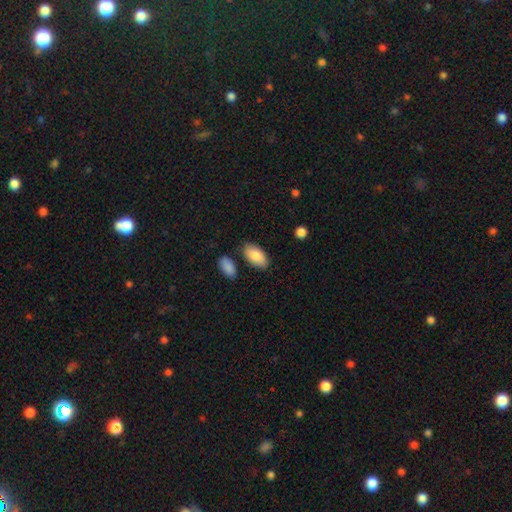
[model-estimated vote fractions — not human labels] Smooth or featured?
  - smooth: 87% *
  - featured or disk: 7%
  - star or artifact: 6%
How rounded?
  - in between: 95% *
  - cigar-shaped: 3%
  - round: 2%
Merging?
  - none: 81% *
  - minor disturbance: 11%
  - merger: 5%
  - major disturbance: 3%